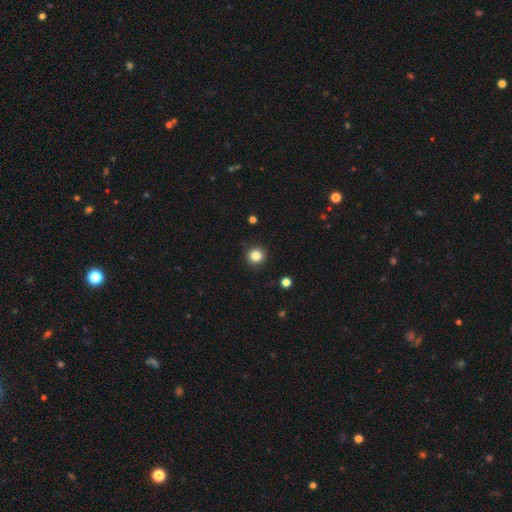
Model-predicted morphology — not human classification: smooth_or_featured: smooth (p=0.84) [alt: star or artifact p=0.11]
how_rounded: round (p=0.94) [alt: in between p=0.05]
merging: none (p=0.92) [alt: minor disturbance p=0.05]